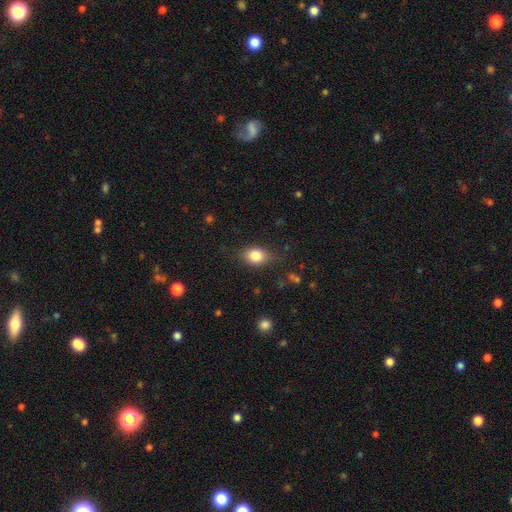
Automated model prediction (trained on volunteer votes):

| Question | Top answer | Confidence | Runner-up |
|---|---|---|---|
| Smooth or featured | smooth | 80% | featured or disk (11%) |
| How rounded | in between | 60% | round (38%) |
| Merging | none | 76% | minor disturbance (17%) |